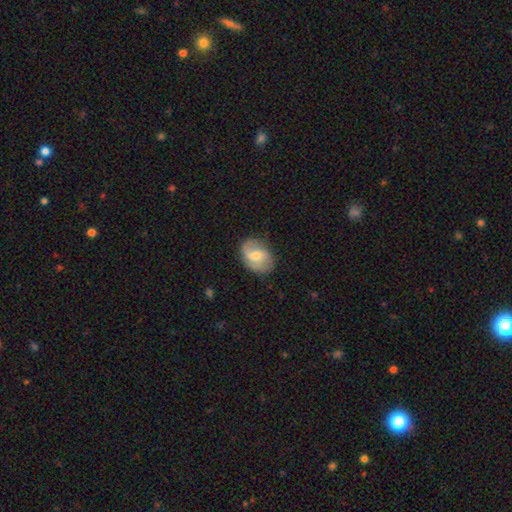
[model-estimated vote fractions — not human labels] Morphology: type=featured or disk (53%); edge-on=no (97%); bar=weak (46%); spiral arms=yes (85%); bulge=moderate (51%); merging=none (74%).